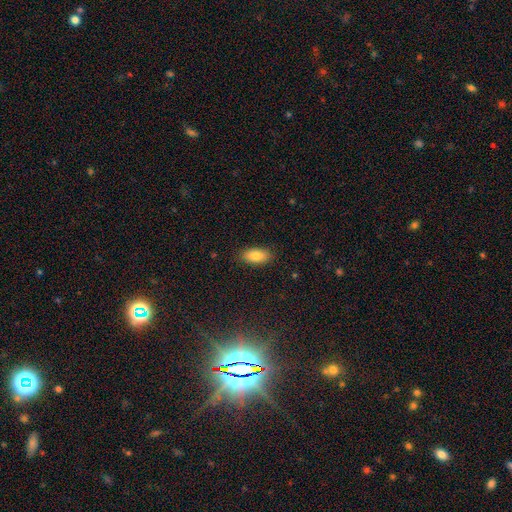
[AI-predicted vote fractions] Smooth or featured: smooth — 84% (featured or disk — 8%)
How rounded: in between — 90% (cigar-shaped — 7%)
Merging: none — 87% (minor disturbance — 9%)